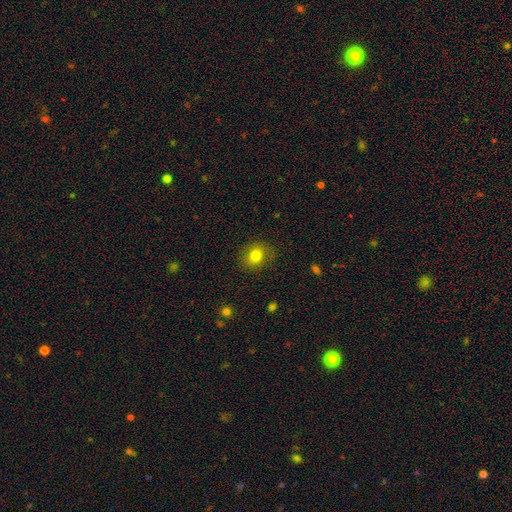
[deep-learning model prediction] Smooth or featured? smooth (78%)
How rounded? round (68%)
Merging? none (84%)